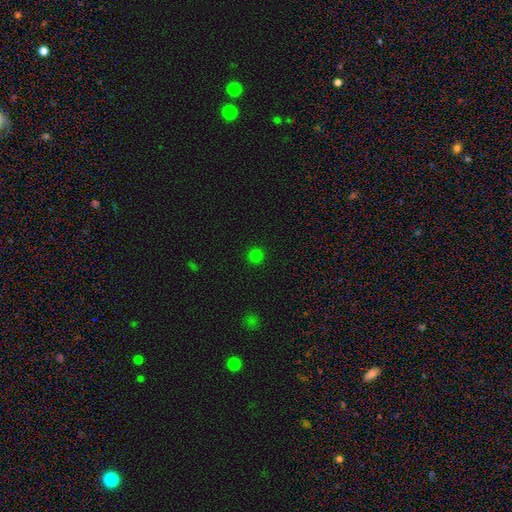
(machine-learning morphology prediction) This appears to be a smooth galaxy with no disk features (79%) that is round (93%). Merging: none (91%).